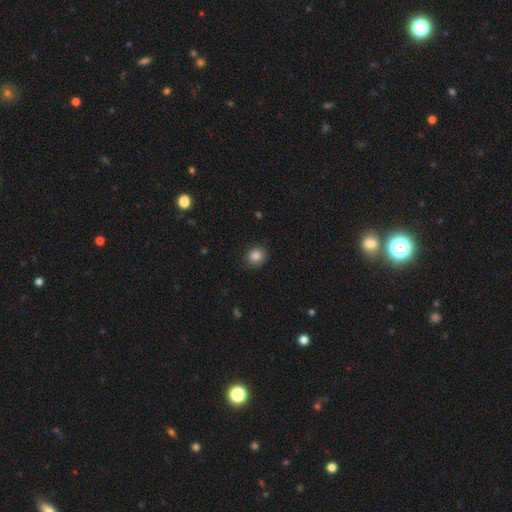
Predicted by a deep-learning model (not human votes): Smooth or featured? smooth (86%)
How rounded? round (68%)
Merging? none (86%)